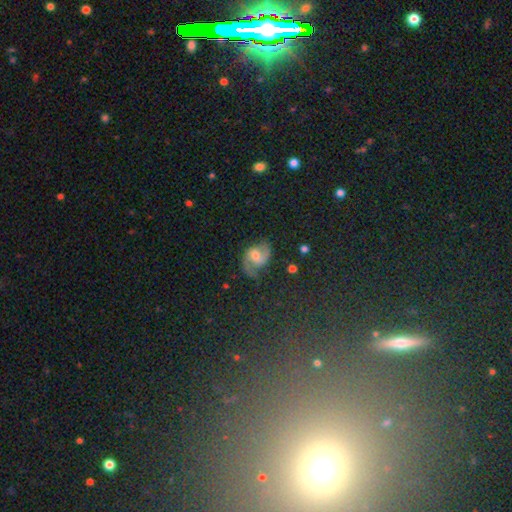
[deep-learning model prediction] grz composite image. It shows a featured or disk galaxy (74%) with no bar (54%), 2 (89%) medium (50%) spiral arms (94%) and a moderate central bulge (61%). Merging: none (68%).